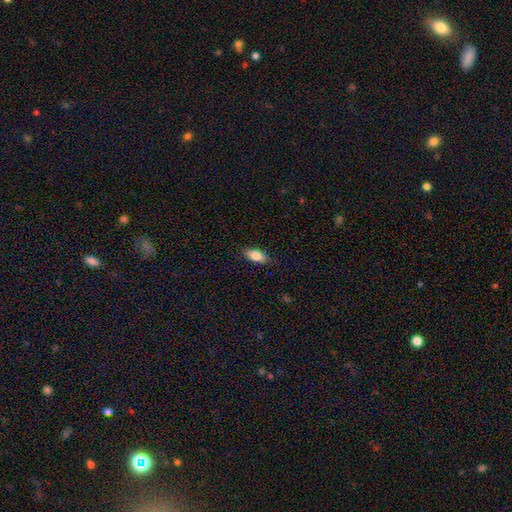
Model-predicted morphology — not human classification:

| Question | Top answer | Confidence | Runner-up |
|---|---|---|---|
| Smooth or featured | smooth | 83% | featured or disk (10%) |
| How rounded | in between | 86% | cigar-shaped (11%) |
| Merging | none | 85% | minor disturbance (12%) |